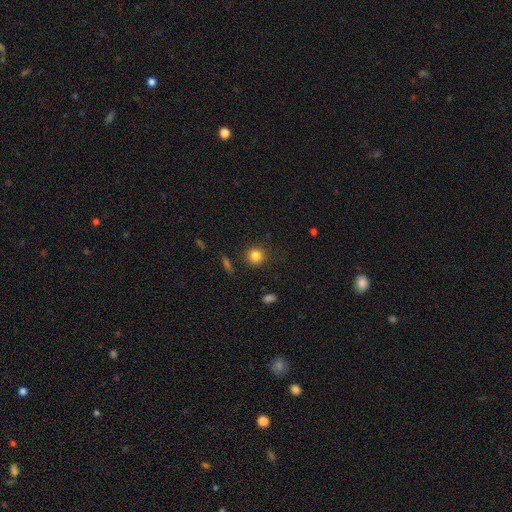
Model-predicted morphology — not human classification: smooth 82%, star or artifact 11%, featured or disk 6%. Down the decision tree: how rounded — round (91%); merging — none (87%).